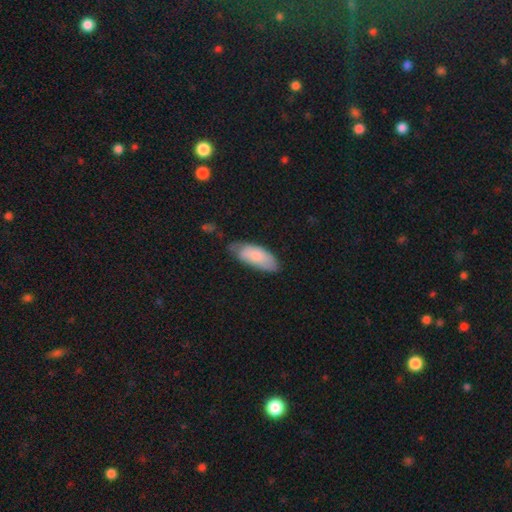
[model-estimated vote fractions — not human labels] smooth_or_featured: smooth (p=0.78) [alt: featured or disk p=0.16]
how_rounded: in between (p=0.82) [alt: cigar-shaped p=0.16]
merging: none (p=0.57) [alt: minor disturbance p=0.34]